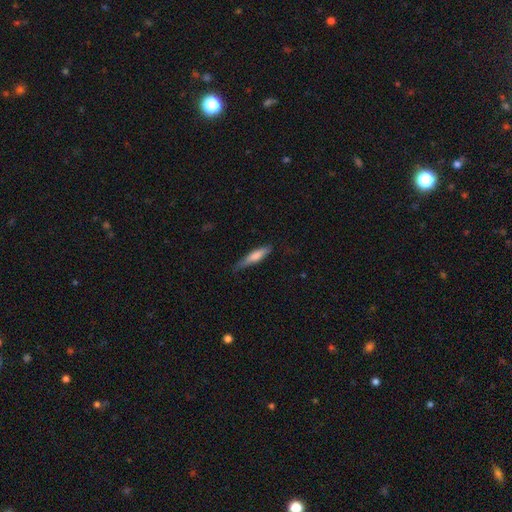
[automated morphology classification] Smooth or featured? smooth (67%)
How rounded? cigar-shaped (80%)
Merging? none (71%)